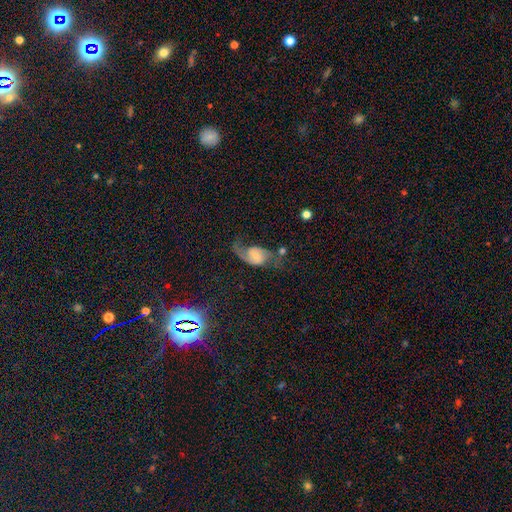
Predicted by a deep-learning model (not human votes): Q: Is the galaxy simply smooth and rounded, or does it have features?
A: featured or disk — 76%.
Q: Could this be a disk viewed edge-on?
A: no — 97%.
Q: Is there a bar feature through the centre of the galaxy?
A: no — 47%.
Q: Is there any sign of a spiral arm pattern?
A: yes — 94%.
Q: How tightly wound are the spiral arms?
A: loose — 51%.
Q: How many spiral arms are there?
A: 2 — 83%.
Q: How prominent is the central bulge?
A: small — 52%.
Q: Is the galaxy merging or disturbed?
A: none — 50%.